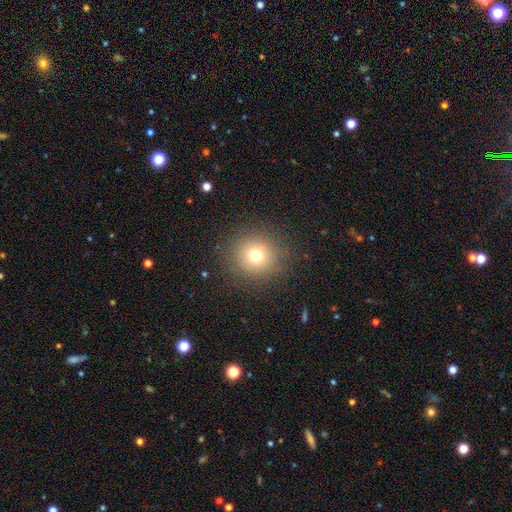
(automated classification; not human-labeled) Smooth or featured: smooth — 72% (star or artifact — 17%)
How rounded: round — 92% (in between — 7%)
Merging: none — 88% (minor disturbance — 7%)